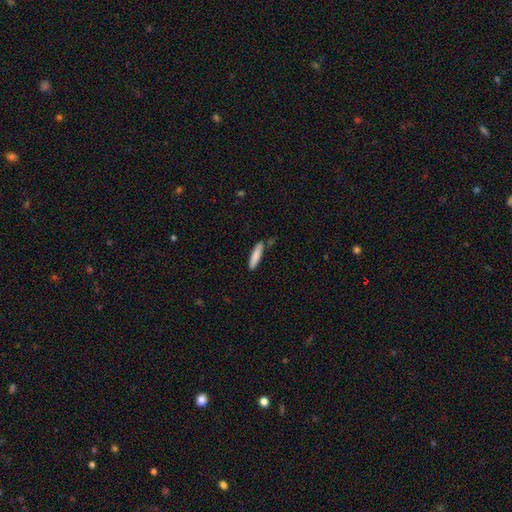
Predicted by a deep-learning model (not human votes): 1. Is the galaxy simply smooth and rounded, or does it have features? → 82% smooth, 12% featured or disk, 6% star or artifact.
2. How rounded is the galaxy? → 82% cigar-shaped, 16% in between, 1% round.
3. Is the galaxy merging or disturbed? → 79% none, 13% minor disturbance, 5% merger, 2% major disturbance.